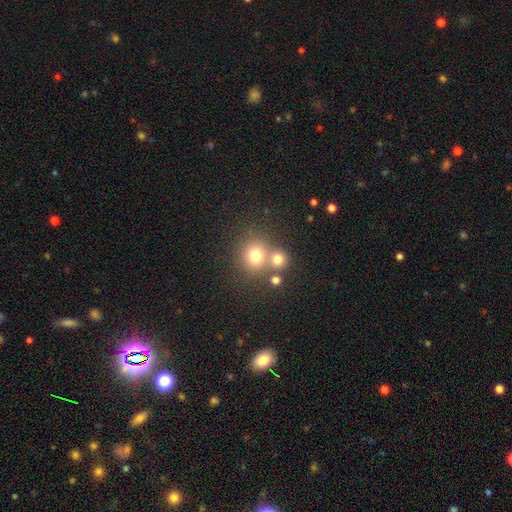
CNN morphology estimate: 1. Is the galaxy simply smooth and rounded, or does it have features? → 74% smooth, 15% star or artifact, 10% featured or disk.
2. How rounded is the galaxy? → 86% round, 14% in between, 1% cigar-shaped.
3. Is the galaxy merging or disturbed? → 56% none, 32% merger, 8% minor disturbance, 4% major disturbance.